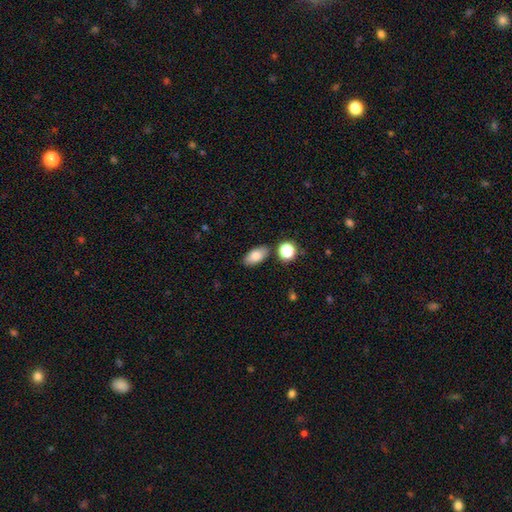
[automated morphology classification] smooth 81%, featured or disk 10%, star or artifact 9%. Down the decision tree: how rounded — in between (90%); merging — none (83%).